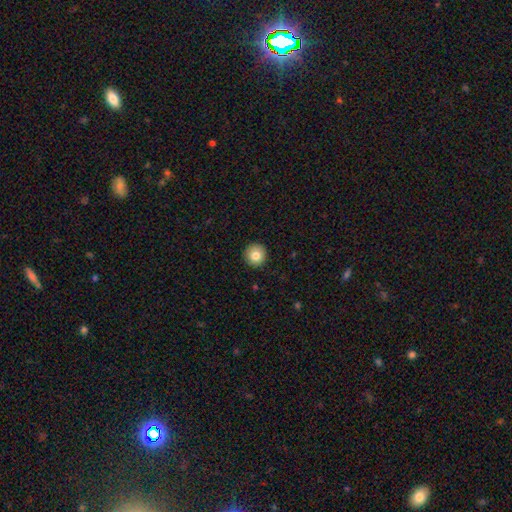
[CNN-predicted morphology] smooth-or-featured: smooth: 82% | star or artifact: 9% | featured or disk: 8%
  how-rounded: round: 95% | in between: 4% | cigar-shaped: 1%
  merging: none: 92% | minor disturbance: 5% | major disturbance: 2% | merger: 1%